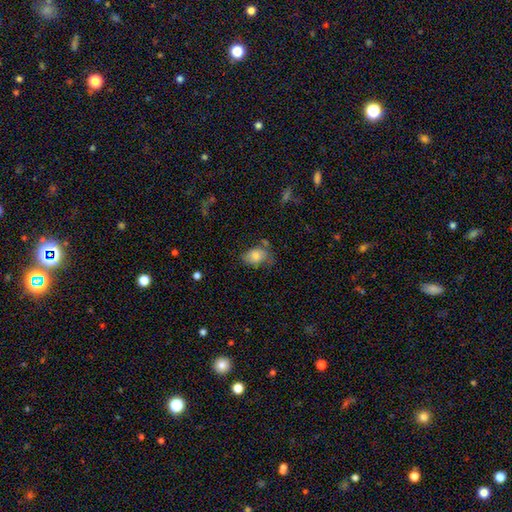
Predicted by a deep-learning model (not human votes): smooth-or-featured: smooth: 75% | featured or disk: 16% | star or artifact: 10%
  how-rounded: in between: 76% | round: 23% | cigar-shaped: 1%
  merging: none: 51% | minor disturbance: 30% | major disturbance: 13% | merger: 5%